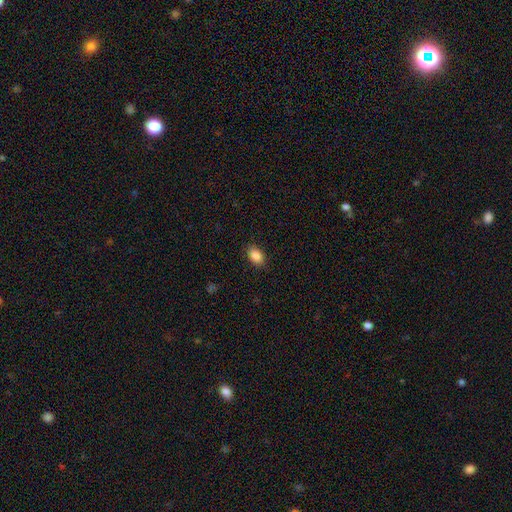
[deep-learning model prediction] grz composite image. It shows a smooth galaxy with no disk features (88%) that is in between round and cigar-shaped (84%). Merging: none (88%).